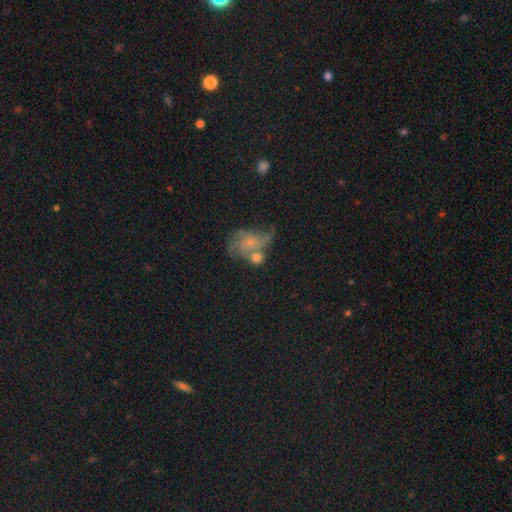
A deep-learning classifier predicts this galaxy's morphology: featured or disk 46%, smooth 36%, star or artifact 18%. Down the decision tree: merging — none (31%).